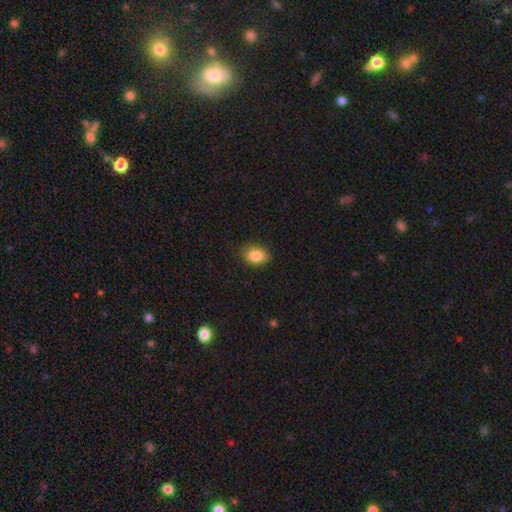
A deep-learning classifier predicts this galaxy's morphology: type=smooth (85%); roundness=in between (79%); merging=none (81%).